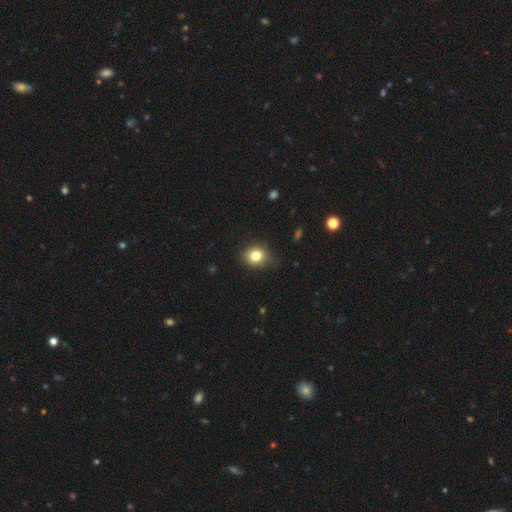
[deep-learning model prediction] Q: Smooth or featured?
A: smooth (80%); runner-up: star or artifact (11%)
Q: How rounded?
A: round (72%); runner-up: in between (27%)
Q: Merging?
A: none (75%); runner-up: minor disturbance (20%)